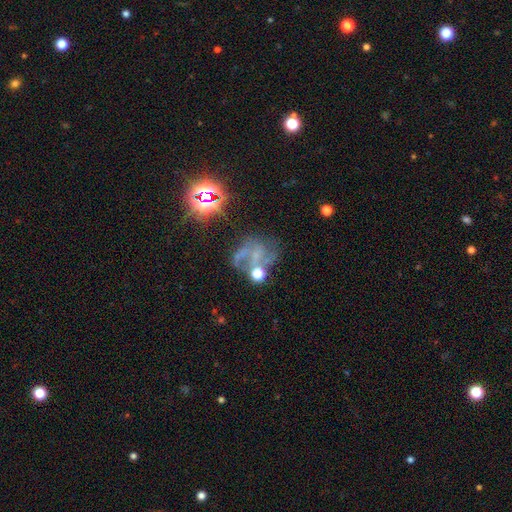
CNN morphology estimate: Smooth or featured: featured or disk — 55% (star or artifact — 26%)
Edge-on disk: no — 97% (yes — 3%)
Bar: no — 55% (weak — 30%)
Spiral arms: yes — 69% (no — 31%)
Bulge size: none — 54% (small — 26%)
Merging: none — 38% (major disturbance — 31%)